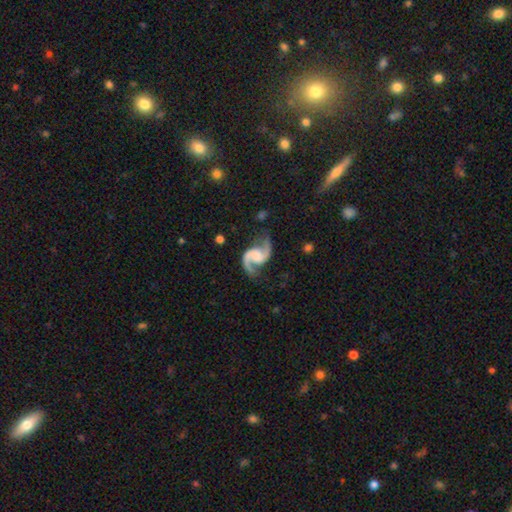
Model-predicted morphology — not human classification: A featured or disk galaxy (93%) with no bar (51%), 2 (94%) loose (48%) spiral arms (98%) and no central bulge (41%).

Vote fractions:
- Smooth or featured? featured or disk: 93% / star or artifact: 4% / smooth: 3%
- Edge-on disk? no: 98% / yes: 2%
- Bar? no: 51% / weak: 37% / strong: 12%
- Spiral arms? yes: 98% / no: 2%
- Spiral winding? loose: 48% / medium: 44% / tight: 8%
- Spiral arm count? 2: 94% / 1: 1% / can't tell: 1% / 3: 1% / 4: 1% / more than 4: 1%
- Bulge size? none: 41% / moderate: 23% / small: 21% / large: 12% / dominant: 2%
- Merging? none: 75% / minor disturbance: 15% / major disturbance: 7% / merger: 2%